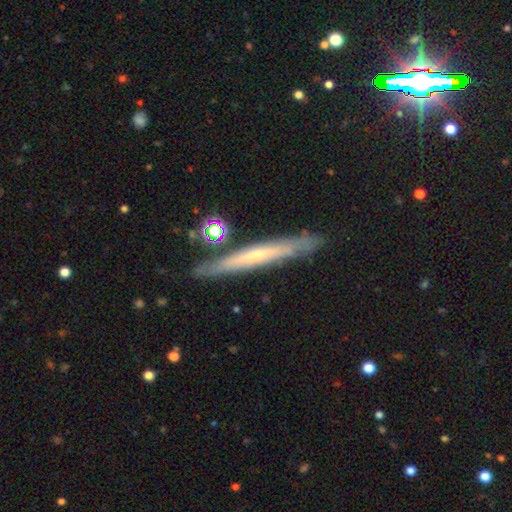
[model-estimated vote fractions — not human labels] A featured or disk galaxy (60%) viewed edge-on (89%) with no central bulge (53%). Merging: none (84%).